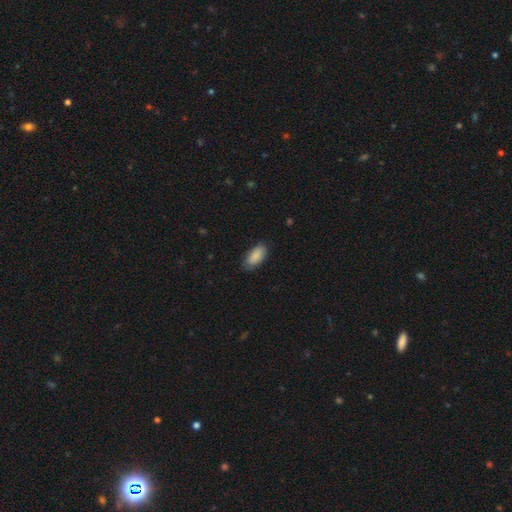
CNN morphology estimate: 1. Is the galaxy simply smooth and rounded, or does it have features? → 88% smooth, 6% featured or disk, 6% star or artifact.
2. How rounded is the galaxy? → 92% in between, 6% cigar-shaped, 2% round.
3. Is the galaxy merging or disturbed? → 77% none, 18% minor disturbance, 3% major disturbance, 1% merger.